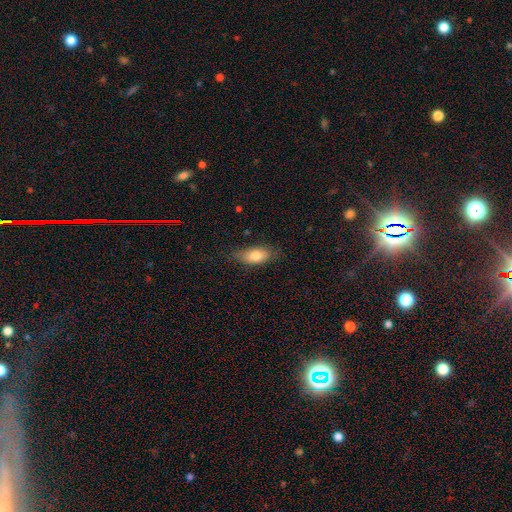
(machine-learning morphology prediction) smooth_or_featured: smooth (p=0.78) [alt: featured or disk p=0.15]
how_rounded: in between (p=0.84) [alt: cigar-shaped p=0.13]
merging: none (p=0.75) [alt: minor disturbance p=0.20]